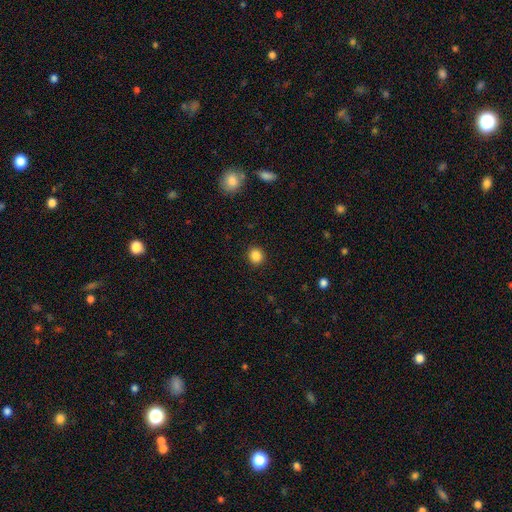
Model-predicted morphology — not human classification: This is clearly a smooth galaxy (86%). How rounded: clearly round (85%). Merging: clearly none (92%).